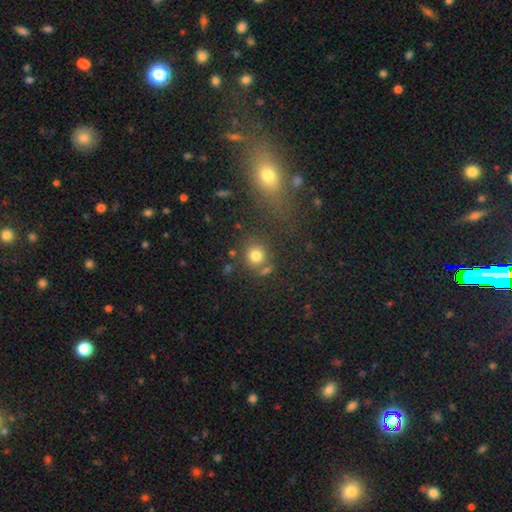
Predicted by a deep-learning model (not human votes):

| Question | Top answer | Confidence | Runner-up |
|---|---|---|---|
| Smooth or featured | smooth | 78% | star or artifact (14%) |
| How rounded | round | 86% | in between (12%) |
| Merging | none | 68% | merger (15%) |